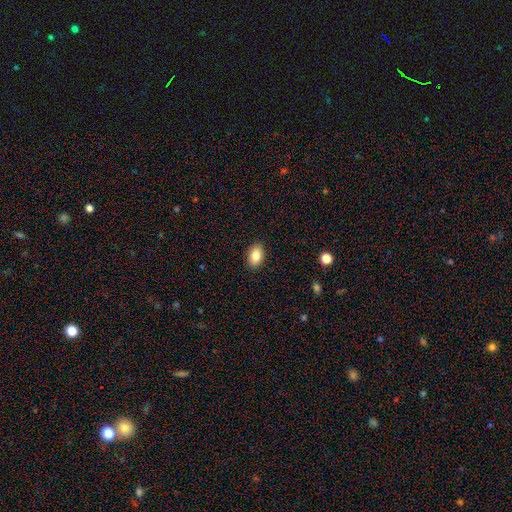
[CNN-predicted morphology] This is clearly a smooth galaxy (85%). How rounded: clearly in between (89%). Merging: clearly none (90%).